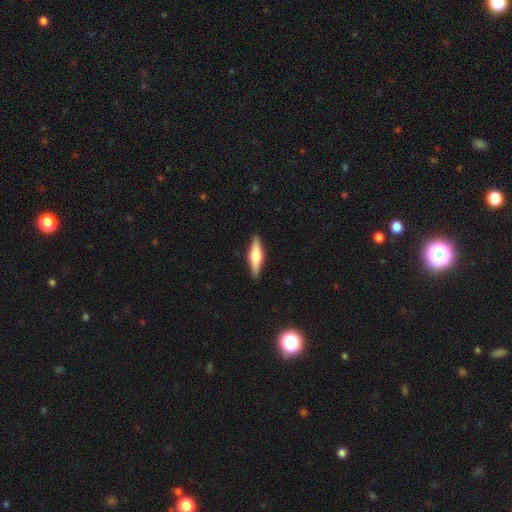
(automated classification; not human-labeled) A featured or disk galaxy (49%).

Vote fractions:
- Smooth or featured? featured or disk: 49% / smooth: 45% / star or artifact: 6%
- Merging? none: 90% / minor disturbance: 8% / major disturbance: 2% / merger: 1%